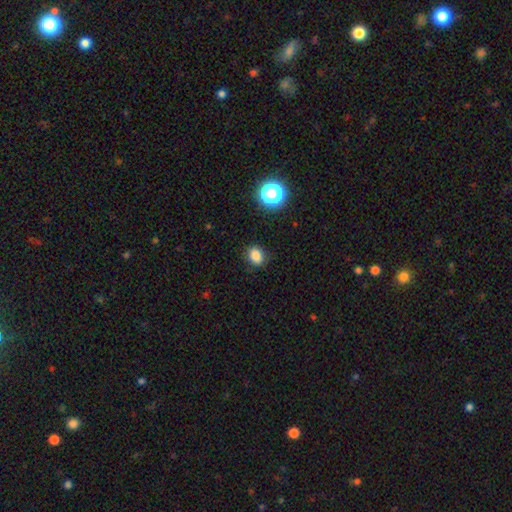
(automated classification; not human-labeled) smooth_or_featured: smooth (p=0.83) [alt: star or artifact p=0.13]
how_rounded: in between (p=0.51) [alt: round p=0.48]
merging: none (p=0.86) [alt: minor disturbance p=0.10]